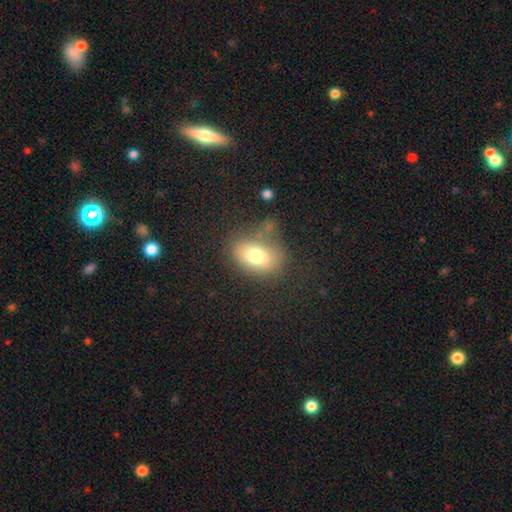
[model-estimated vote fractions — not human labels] smooth 75%, featured or disk 14%, star or artifact 11%. Down the decision tree: how rounded — in between (76%); merging — none (60%).